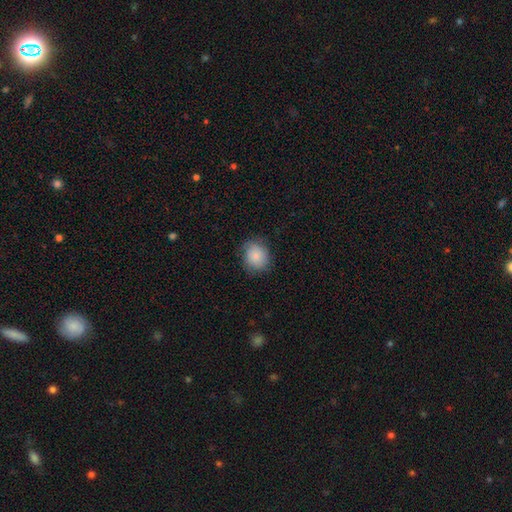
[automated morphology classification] type=smooth (84%); roundness=round (68%); merging=none (77%).